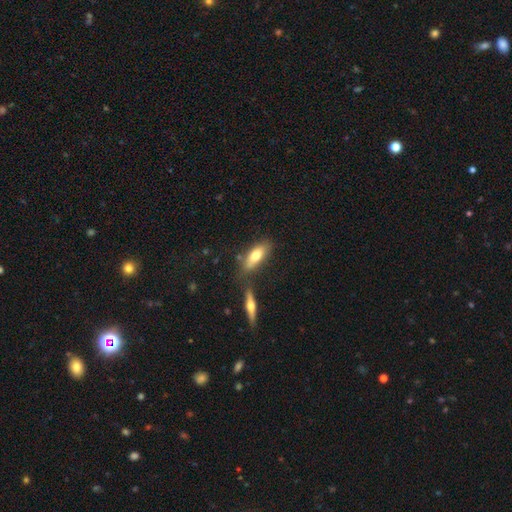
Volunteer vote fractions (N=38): This appears to be a smooth galaxy with no disk features (71%) that is cigar-shaped (56%). Merging: none (67%).